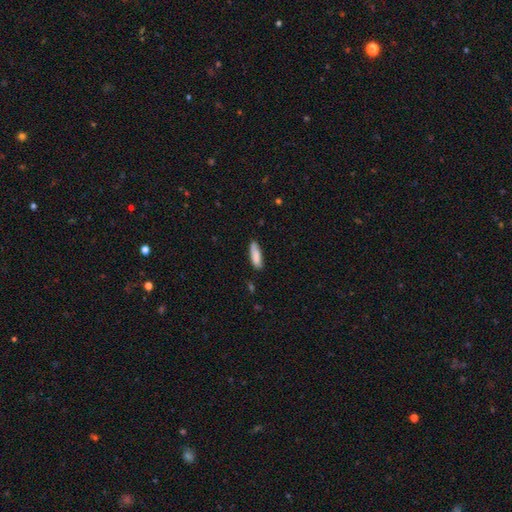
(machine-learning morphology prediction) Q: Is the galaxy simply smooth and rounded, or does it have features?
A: smooth — 86%.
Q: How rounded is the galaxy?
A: cigar-shaped — 55%.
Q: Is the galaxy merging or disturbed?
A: none — 75%.